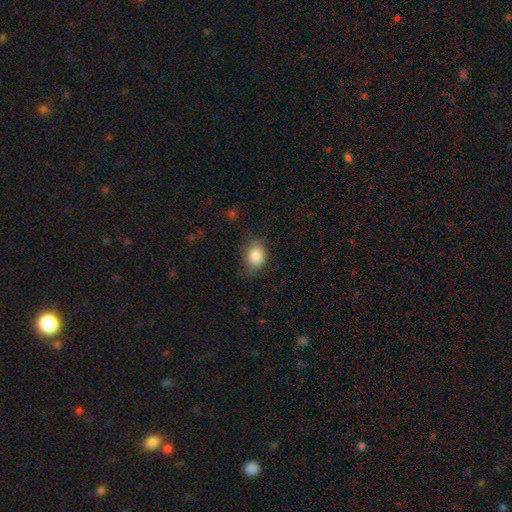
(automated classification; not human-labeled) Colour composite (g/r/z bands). It shows a smooth galaxy with no disk features (86%) that is in between round and cigar-shaped (56%). Merging: none (70%).